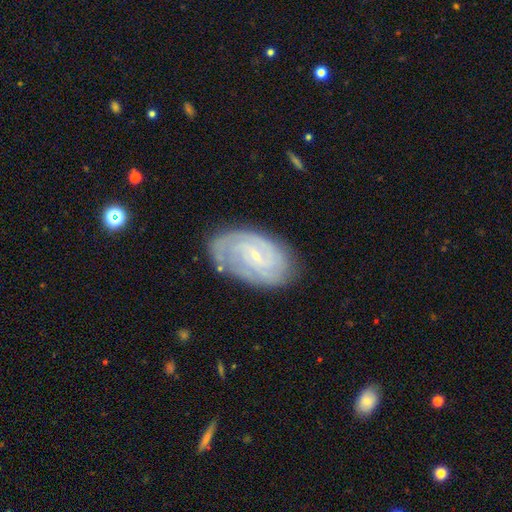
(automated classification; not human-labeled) A featured or disk galaxy (82%) with no bar (46%), 2 (34%) tight (69%) spiral arms (95%) and a small central bulge (86%).

Vote fractions:
- Smooth or featured? featured or disk: 82% / smooth: 12% / star or artifact: 6%
- Edge-on disk? no: 96% / yes: 4%
- Bar? no: 46% / weak: 43% / strong: 11%
- Spiral arms? yes: 95% / no: 5%
- Spiral winding? tight: 69% / medium: 25% / loose: 6%
- Spiral arm count? 2: 34% / can't tell: 30% / 3: 17% / 4: 9% / more than 4: 5% / 1: 5%
- Bulge size? small: 86% / moderate: 9% / none: 3% / large: 1% / dominant: 1%
- Merging? none: 78% / minor disturbance: 17% / major disturbance: 4% / merger: 2%